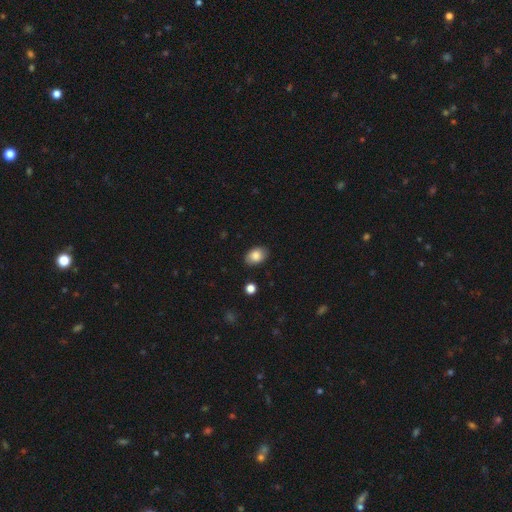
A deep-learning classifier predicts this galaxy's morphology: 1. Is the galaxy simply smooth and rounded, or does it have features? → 85% smooth, 8% star or artifact, 8% featured or disk.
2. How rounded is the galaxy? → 81% in between, 18% round, 1% cigar-shaped.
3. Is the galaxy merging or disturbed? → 86% none, 10% minor disturbance, 2% major disturbance, 1% merger.